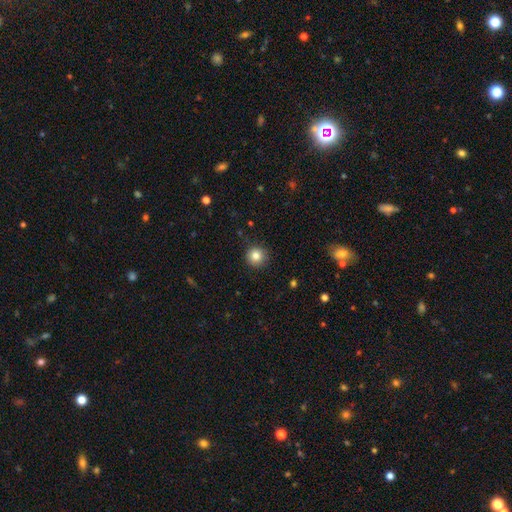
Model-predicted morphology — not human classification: Smooth or featured? smooth (83%)
How rounded? round (94%)
Merging? none (90%)